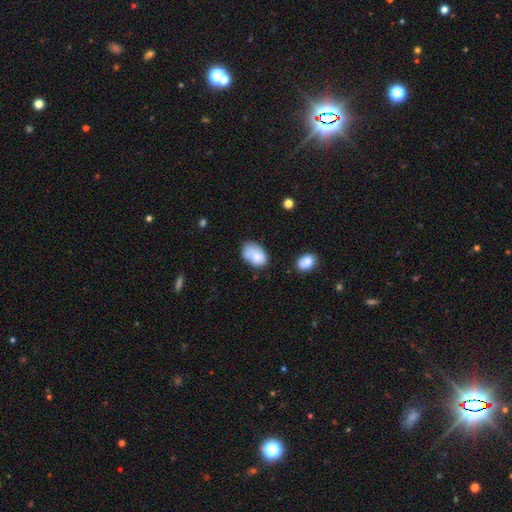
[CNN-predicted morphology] Smooth or featured?
  - smooth: 76% *
  - featured or disk: 16%
  - star or artifact: 8%
How rounded?
  - in between: 87% *
  - round: 11%
  - cigar-shaped: 1%
Merging?
  - none: 49% *
  - minor disturbance: 29%
  - merger: 13%
  - major disturbance: 9%